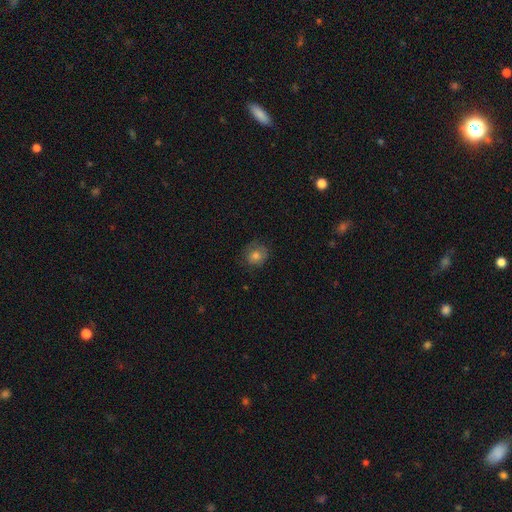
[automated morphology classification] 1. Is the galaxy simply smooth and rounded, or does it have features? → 73% smooth, 15% featured or disk, 12% star or artifact.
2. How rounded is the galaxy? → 79% round, 20% in between, 1% cigar-shaped.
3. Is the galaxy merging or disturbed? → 74% none, 19% minor disturbance, 6% major disturbance, 1% merger.